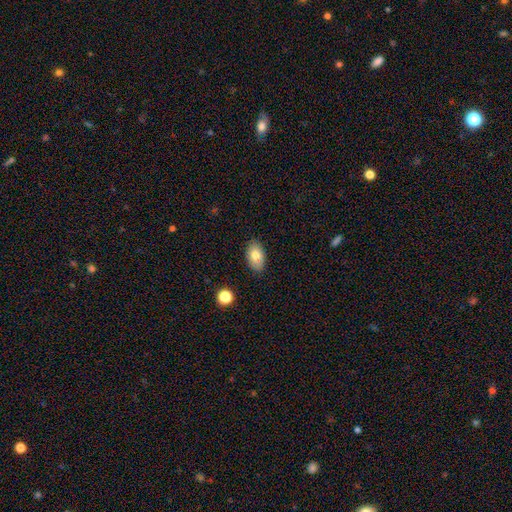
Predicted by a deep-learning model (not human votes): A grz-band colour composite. It shows a smooth galaxy with no disk features (77%) that is in between round and cigar-shaped (92%). Merging: none (85%).